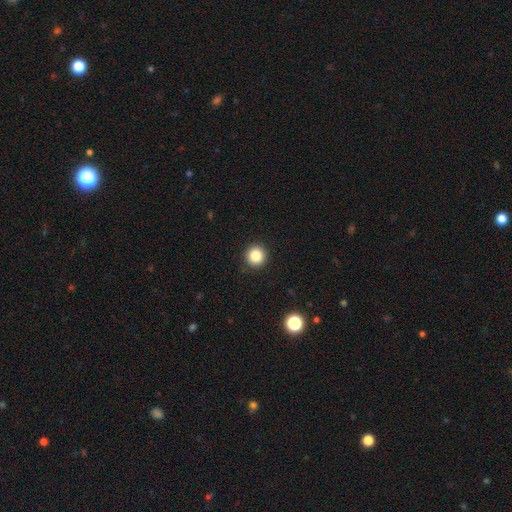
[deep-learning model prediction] smooth_or_featured: smooth (p=0.85) [alt: star or artifact p=0.10]
how_rounded: round (p=0.95) [alt: in between p=0.04]
merging: none (p=0.93) [alt: minor disturbance p=0.05]